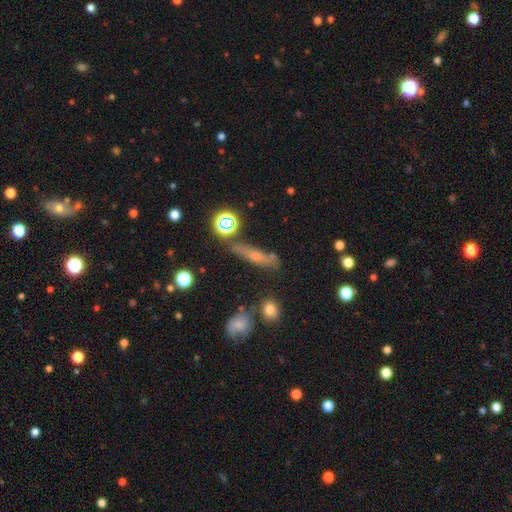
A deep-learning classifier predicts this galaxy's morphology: A smooth galaxy with no disk features (50%). Merging: none (68%).